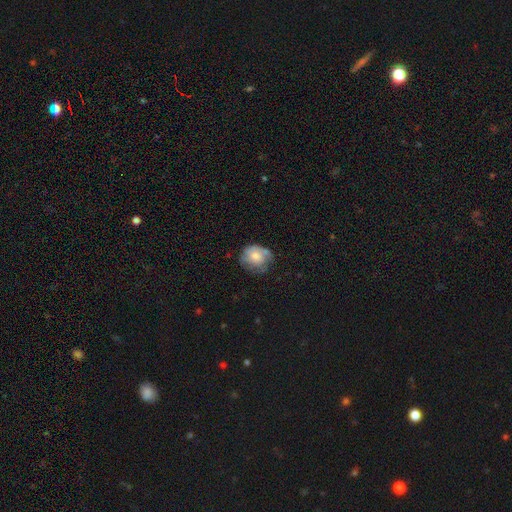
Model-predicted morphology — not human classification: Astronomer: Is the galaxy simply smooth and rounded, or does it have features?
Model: smooth — 57% (runner-up: featured or disk, 35%).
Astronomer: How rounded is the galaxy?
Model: round — 70%.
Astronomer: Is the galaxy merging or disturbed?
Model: none — 57%.